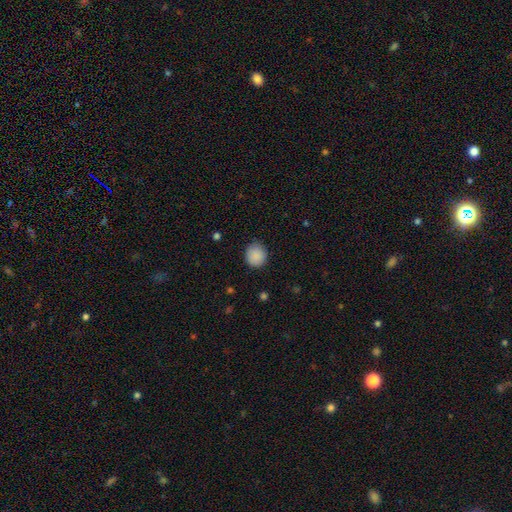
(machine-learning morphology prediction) This is clearly a smooth galaxy (89%). How rounded: clearly round (87%). Merging: clearly none (86%).